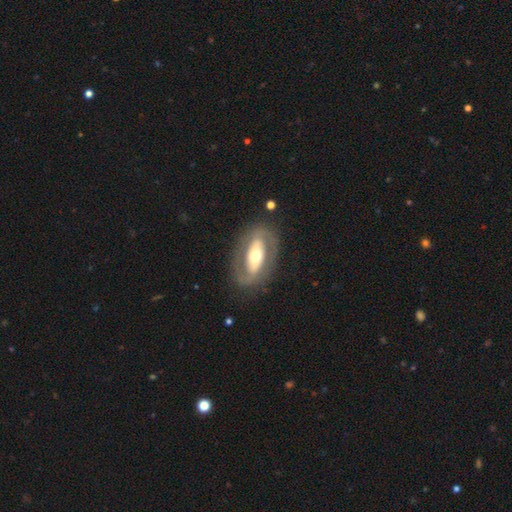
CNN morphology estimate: Smooth or featured? featured or disk (70%)
Edge-on disk? no (91%)
Bar? no (42%)
Spiral arms? yes (51%)
Bulge size? moderate (65%)
Merging? none (79%)